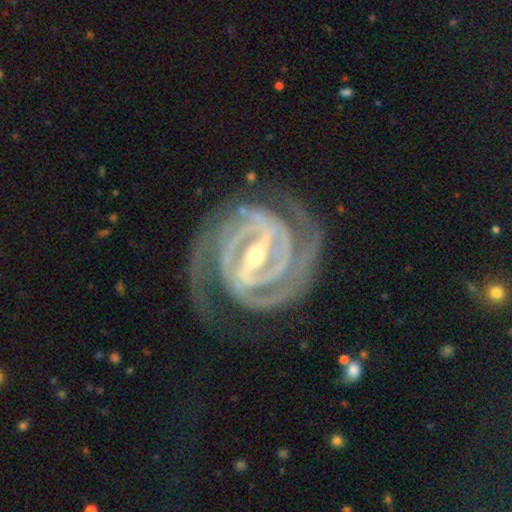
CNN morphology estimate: smooth-or-featured: featured or disk: 94% | star or artifact: 3% | smooth: 2%
  disk-edge-on: no: 97% | yes: 3%
    bar: strong: 79% | weak: 17% | no: 4%
    has-spiral-arms: yes: 99% | no: 1%
      spiral-winding: tight: 79% | medium: 19% | loose: 2%
      spiral-arm-count: 2: 70% | 3: 14% | 4: 5% | can't tell: 5% | more than 4: 3% | 1: 3%
    bulge-size: small: 56% | moderate: 41% | large: 2% | none: 1% | dominant: 1%
  merging: none: 78% | minor disturbance: 14% | major disturbance: 6% | merger: 2%